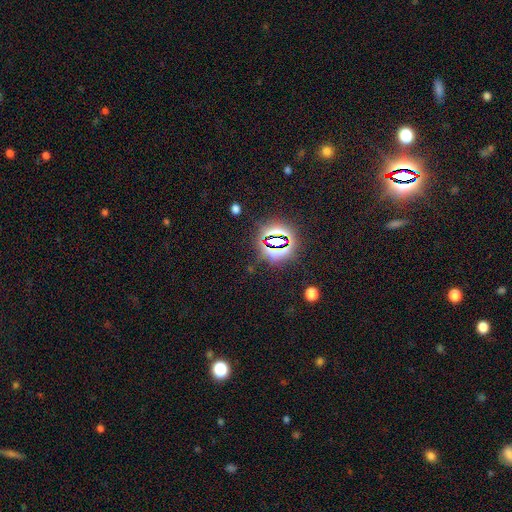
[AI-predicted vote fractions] smooth_or_featured: star or artifact (p=0.83) [alt: smooth p=0.10]